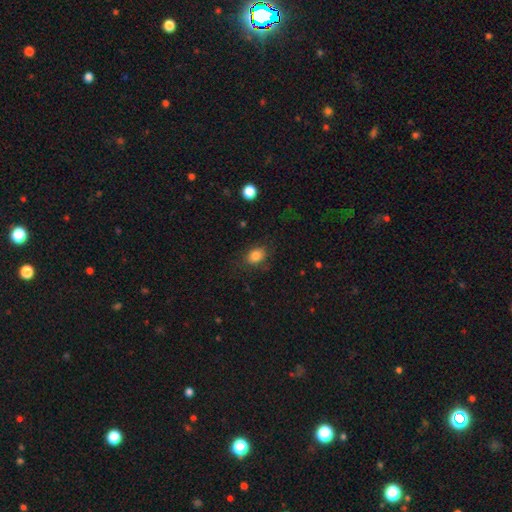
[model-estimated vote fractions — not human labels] smooth_or_featured: smooth (p=0.83) [alt: star or artifact p=0.10]
how_rounded: in between (p=0.66) [alt: round p=0.33]
merging: none (p=0.77) [alt: minor disturbance p=0.16]